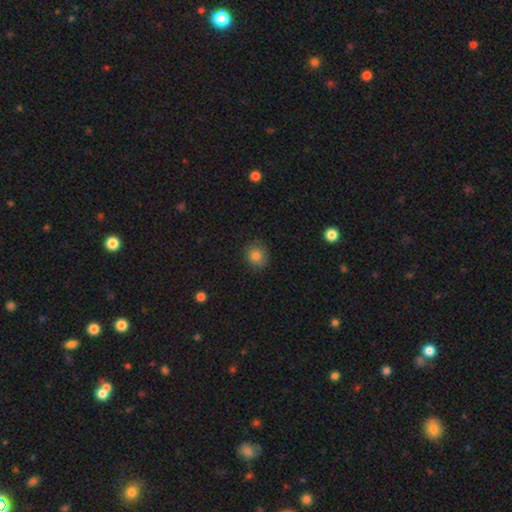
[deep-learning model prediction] smooth-or-featured: smooth: 81% | star or artifact: 11% | featured or disk: 9%
  how-rounded: round: 83% | in between: 16% | cigar-shaped: 1%
  merging: none: 84% | minor disturbance: 12% | major disturbance: 3% | merger: 1%